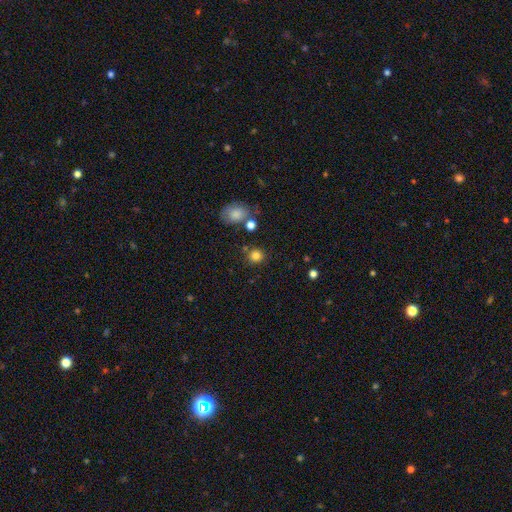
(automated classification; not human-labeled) Smooth or featured?
  - smooth: 81% *
  - star or artifact: 13%
  - featured or disk: 6%
How rounded?
  - round: 88% *
  - in between: 11%
  - cigar-shaped: 1%
Merging?
  - none: 80% *
  - minor disturbance: 10%
  - merger: 7%
  - major disturbance: 4%